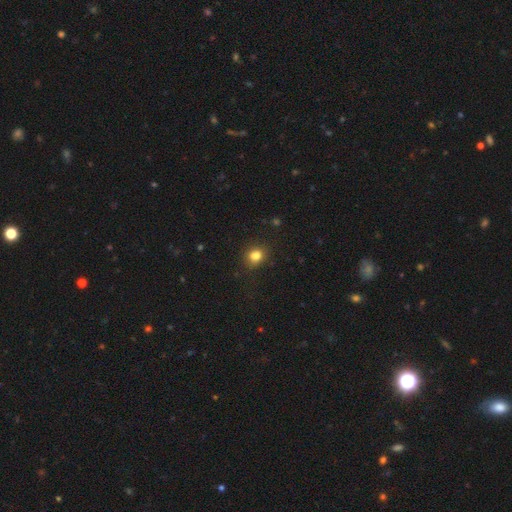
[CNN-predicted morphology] smooth_or_featured: smooth (p=0.83) [alt: star or artifact p=0.12]
how_rounded: round (p=0.68) [alt: in between p=0.31]
merging: none (p=0.84) [alt: minor disturbance p=0.11]